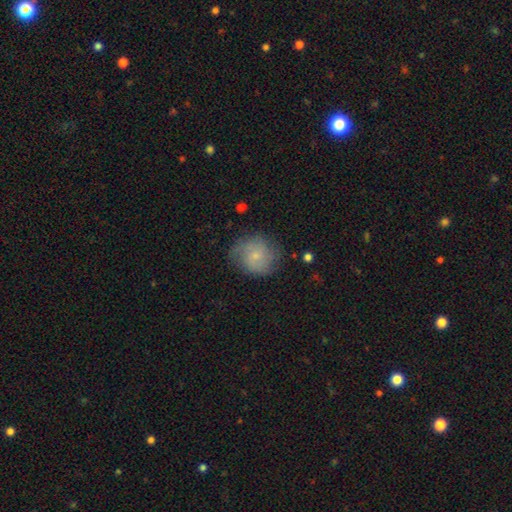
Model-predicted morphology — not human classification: Q: Smooth or featured?
A: smooth (50%); runner-up: featured or disk (42%)
Q: How rounded?
A: round (83%); runner-up: in between (16%)
Q: Merging?
A: none (71%); runner-up: minor disturbance (20%)